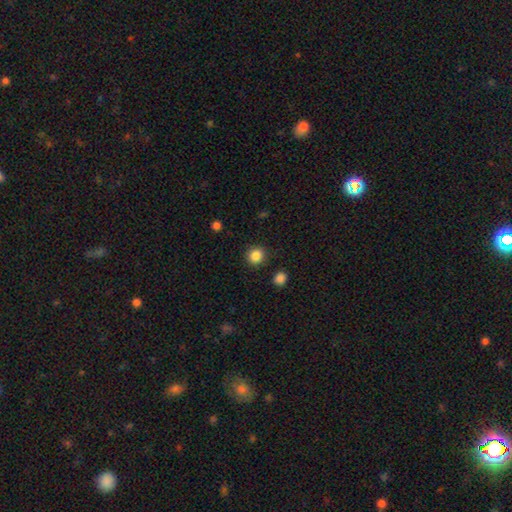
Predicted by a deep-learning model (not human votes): smooth_or_featured: smooth (p=0.86) [alt: star or artifact p=0.10]
how_rounded: round (p=0.92) [alt: in between p=0.07]
merging: none (p=0.90) [alt: minor disturbance p=0.06]